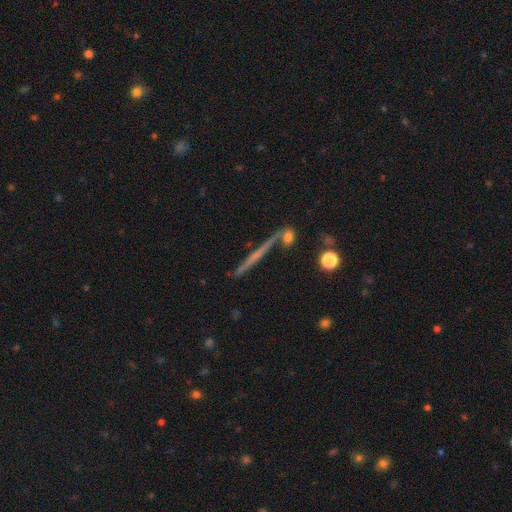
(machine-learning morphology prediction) A featured or disk galaxy (62%) viewed edge-on (96%) with no central bulge (71%).

Vote fractions:
- Smooth or featured? featured or disk: 62% / smooth: 29% / star or artifact: 9%
- Edge-on disk? yes: 96% / no: 4%
- Edge-on bulge? none: 71% / rounded: 20% / boxy: 8%
- Merging? none: 78% / merger: 9% / minor disturbance: 9% / major disturbance: 4%